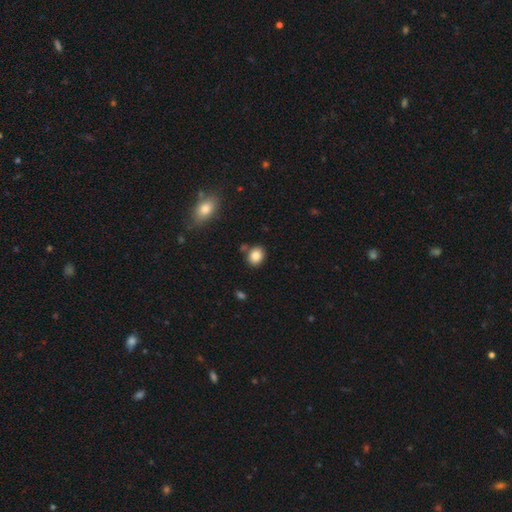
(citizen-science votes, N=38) Smooth or featured? 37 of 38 (97%) said smooth. How rounded? 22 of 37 (59%) said round. Merging? 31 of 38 (82%) said none.